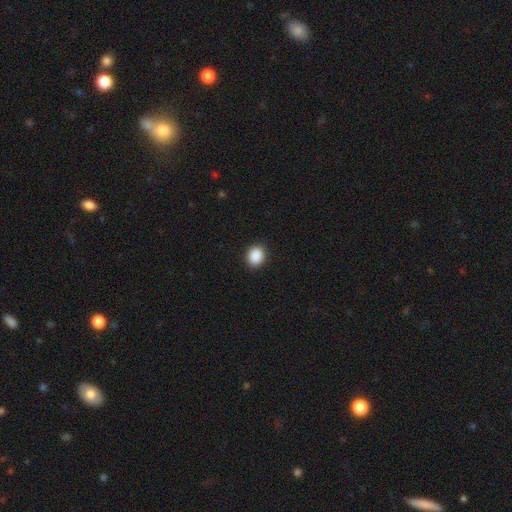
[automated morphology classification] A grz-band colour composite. It shows a smooth galaxy with no disk features (89%) that is round (63%). Merging: none (91%).